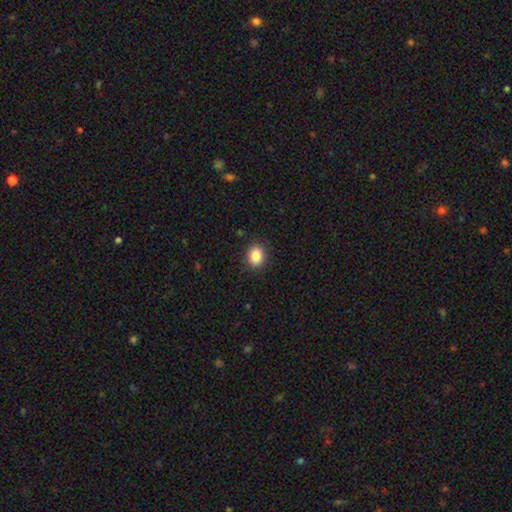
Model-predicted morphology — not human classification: Q: Smooth or featured?
A: smooth (86%); runner-up: star or artifact (9%)
Q: How rounded?
A: round (51%); runner-up: in between (48%)
Q: Merging?
A: none (90%); runner-up: minor disturbance (7%)